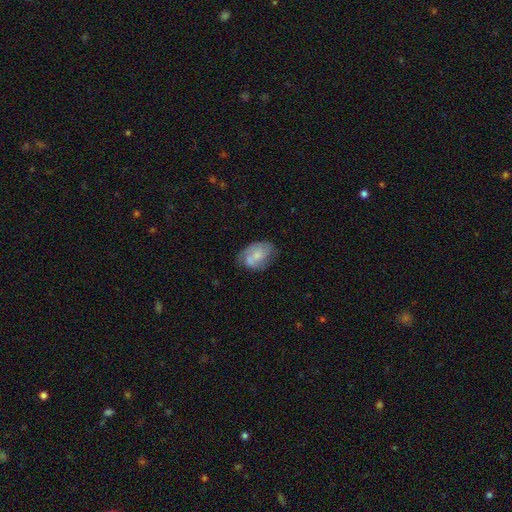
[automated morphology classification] A featured or disk galaxy (54%) with no bar (67%), spiral arms (79%) and a small central bulge (55%). Merging: none (56%).